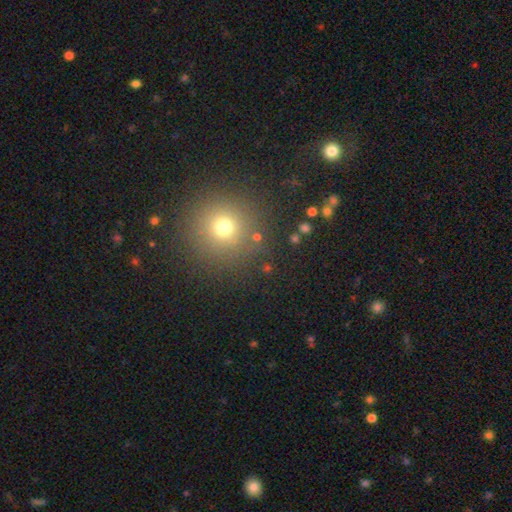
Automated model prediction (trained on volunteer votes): A smooth galaxy with no disk features (59%) that is round (95%).

Vote fractions:
- Smooth or featured? smooth: 59% / star or artifact: 34% / featured or disk: 7%
- How rounded? round: 95% / in between: 4% / cigar-shaped: 1%
- Merging? none: 90% / minor disturbance: 5% / major disturbance: 2% / merger: 2%